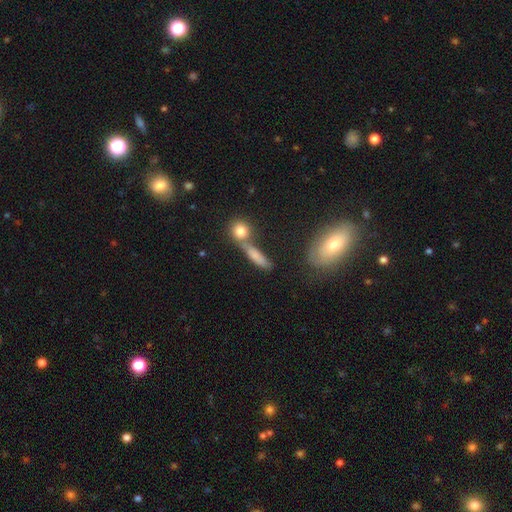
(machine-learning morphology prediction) This is likely a smooth galaxy (71%). How rounded: likely cigar-shaped (60%). Merging: possibly none (56%).